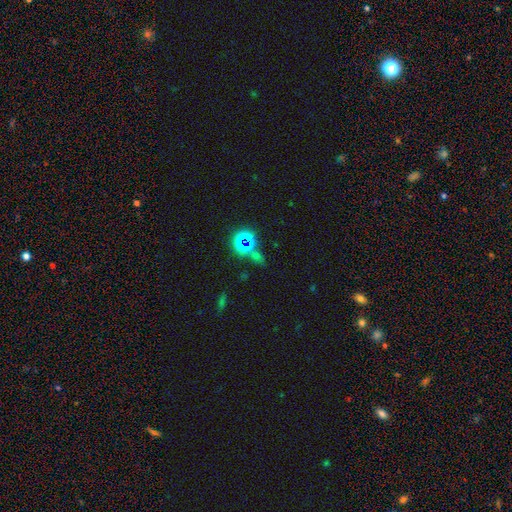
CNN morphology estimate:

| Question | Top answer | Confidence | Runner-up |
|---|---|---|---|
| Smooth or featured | star or artifact | 63% | smooth (27%) |